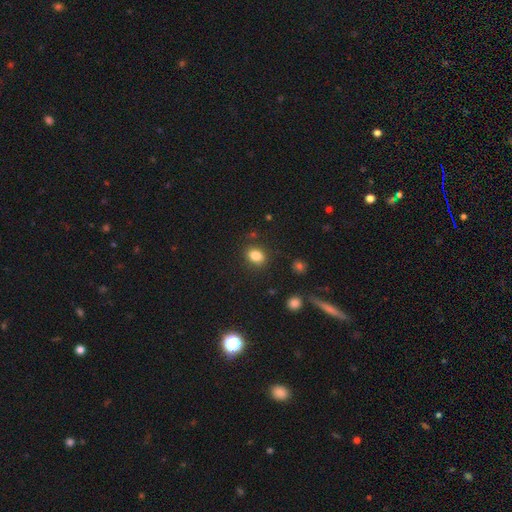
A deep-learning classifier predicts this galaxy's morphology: smooth_or_featured: smooth (p=0.83) [alt: star or artifact p=0.11]
how_rounded: in between (p=0.61) [alt: round p=0.37]
merging: none (p=0.85) [alt: minor disturbance p=0.10]